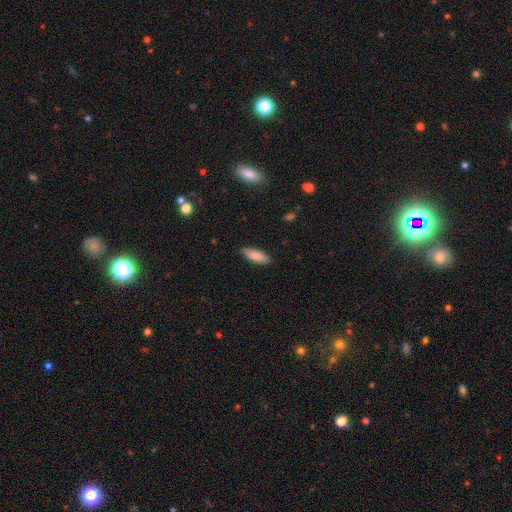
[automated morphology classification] type=smooth (86%); roundness=in between (63%); merging=none (86%).